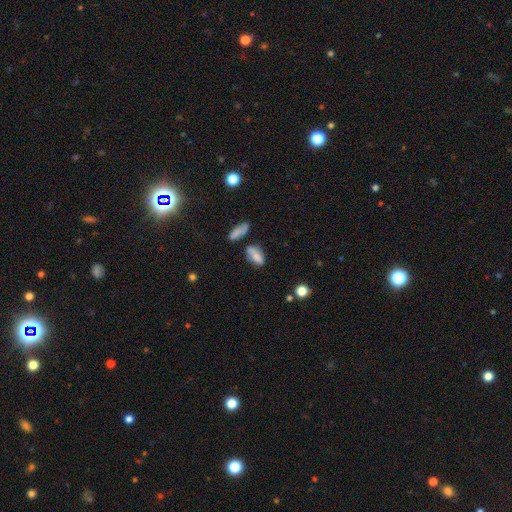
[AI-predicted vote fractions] Smooth or featured?
  - smooth: 73% *
  - featured or disk: 17%
  - star or artifact: 10%
How rounded?
  - in between: 81% *
  - cigar-shaped: 13%
  - round: 6%
Merging?
  - none: 48% *
  - minor disturbance: 24%
  - merger: 17%
  - major disturbance: 11%